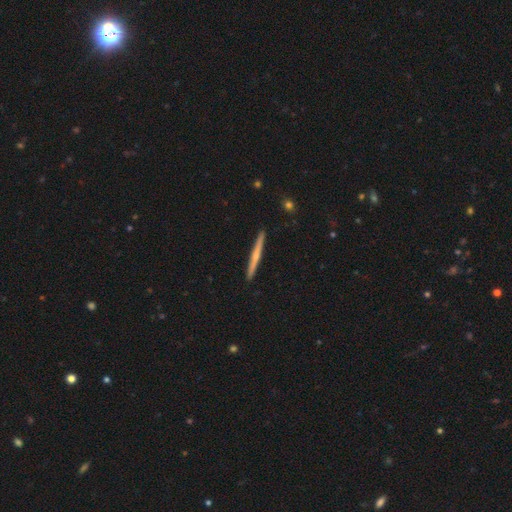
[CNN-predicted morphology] Smooth or featured? featured or disk (59%)
Edge-on disk? yes (98%)
Edge-on bulge? rounded (59%)
Merging? none (92%)